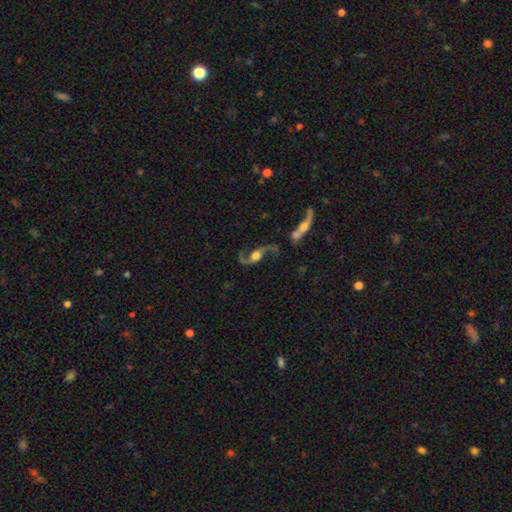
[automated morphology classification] A featured or disk galaxy (89%) with no bar (58%), 2 (94%) loose (84%) spiral arms (96%) and a moderate central bulge (48%). Merging: none (64%).